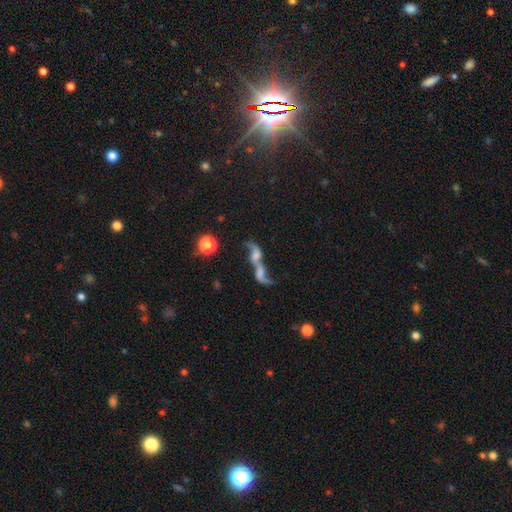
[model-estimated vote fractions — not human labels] Overall: featured or disk (58%; smooth 26%). Edge-on disk: no (86%). Merging: merger (65%).